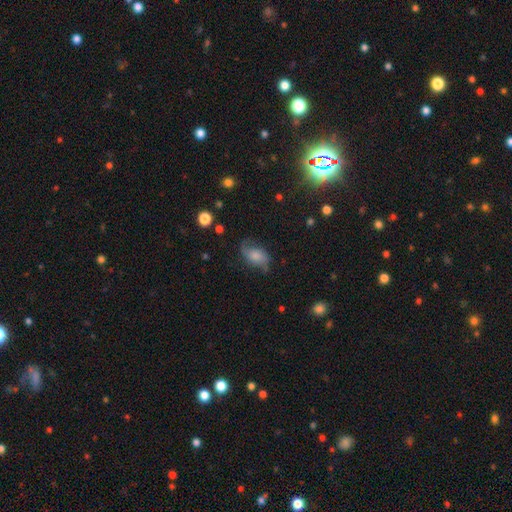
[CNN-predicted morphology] This is possibly a featured or disk galaxy (56%). It is clearly not viewed edge-on (96%). Bar: likely no (67%). Spiral arm pattern: clearly yes (90%). Central bulge: marginally small (32%). Merging: likely none (63%).